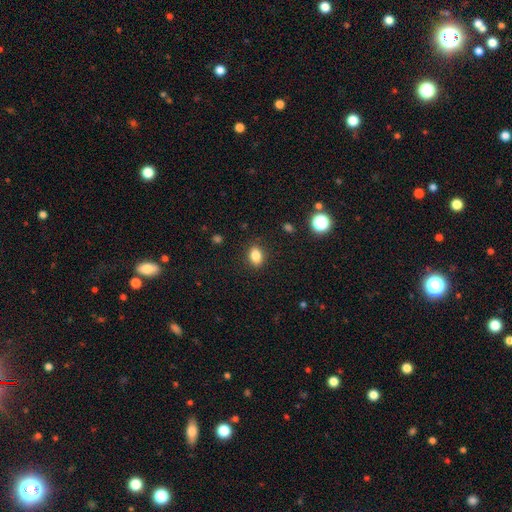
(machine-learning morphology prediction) Smooth or featured? smooth (84%)
How rounded? in between (74%)
Merging? none (87%)